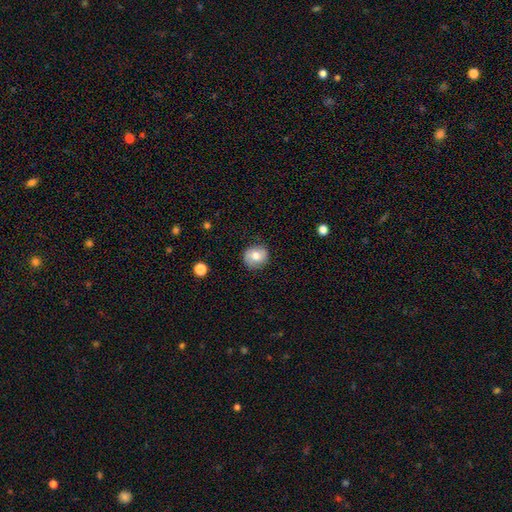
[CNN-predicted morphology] Smooth or featured? Predicted: smooth (p=0.68). How rounded? Predicted: round (p=0.79). Merging? Predicted: none (p=0.82).